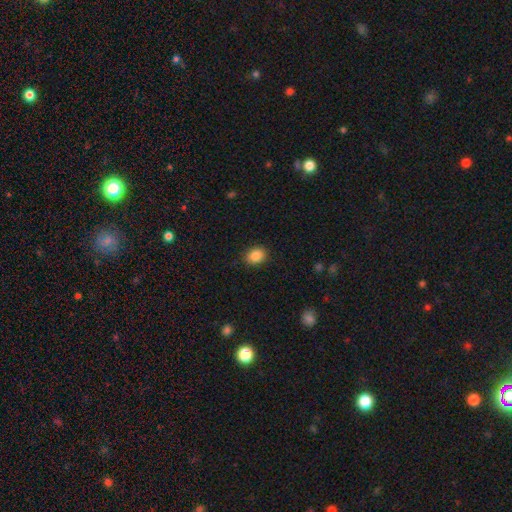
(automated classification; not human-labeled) This appears to be a smooth galaxy with no disk features (88%) that is in between round and cigar-shaped (58%). Merging: none (88%).